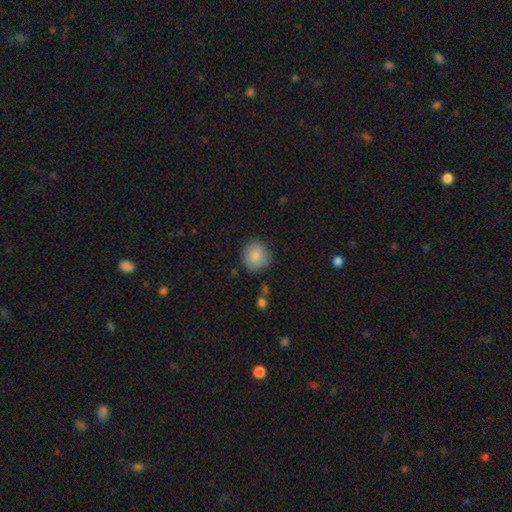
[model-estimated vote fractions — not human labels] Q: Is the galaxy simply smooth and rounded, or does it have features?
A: smooth — 84%.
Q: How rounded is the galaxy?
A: round — 88%.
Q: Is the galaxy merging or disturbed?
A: none — 83%.